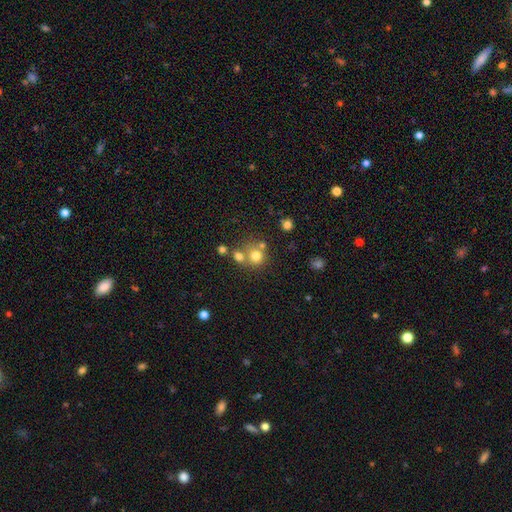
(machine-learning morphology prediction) Smooth or featured? smooth (73%)
How rounded? round (88%)
Merging? none (57%)